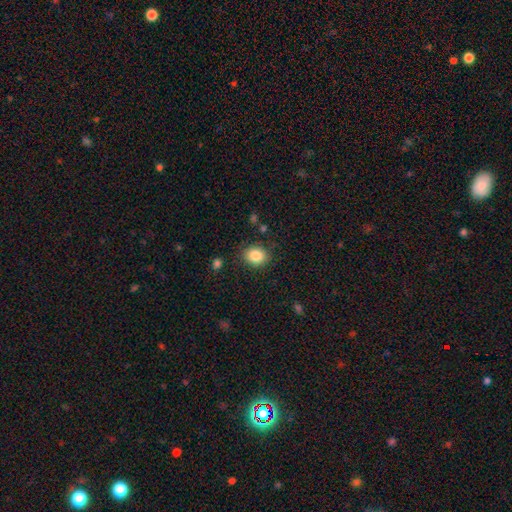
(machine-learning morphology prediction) smooth-or-featured: smooth: 85% | star or artifact: 9% | featured or disk: 6%
  how-rounded: round: 62% | in between: 37% | cigar-shaped: 1%
  merging: none: 85% | minor disturbance: 10% | major disturbance: 3% | merger: 2%